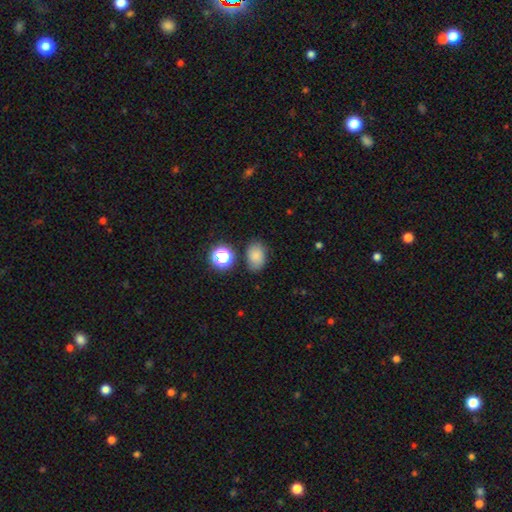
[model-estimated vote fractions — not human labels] Smooth or featured: smooth — 78% (star or artifact — 14%)
How rounded: in between — 74% (round — 25%)
Merging: none — 75% (minor disturbance — 16%)